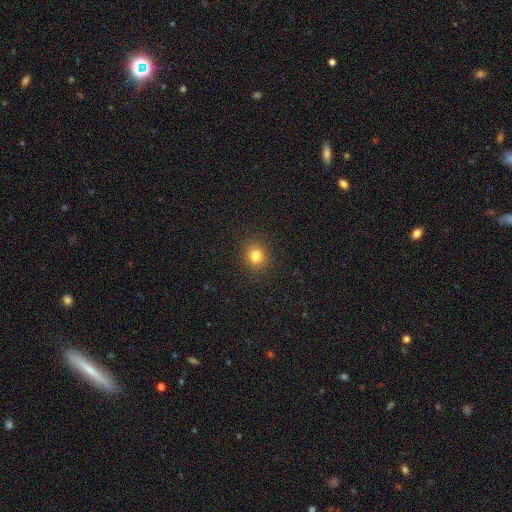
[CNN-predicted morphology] A smooth galaxy with no disk features (81%) that is round (76%). Merging: none (90%).